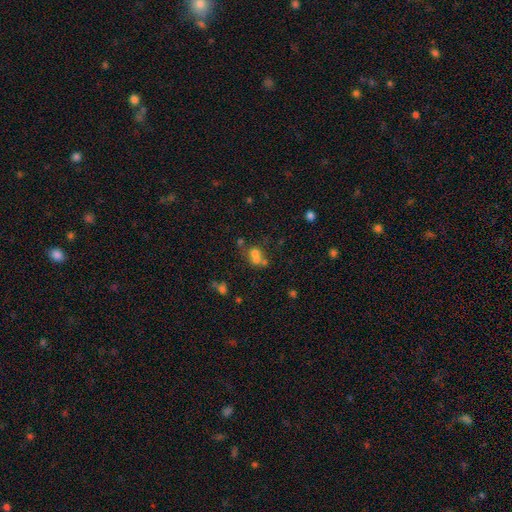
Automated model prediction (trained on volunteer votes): Q: Smooth or featured?
A: smooth (63%); runner-up: star or artifact (19%)
Q: How rounded?
A: round (50%); runner-up: in between (47%)
Q: Merging?
A: merger (52%); runner-up: none (31%)